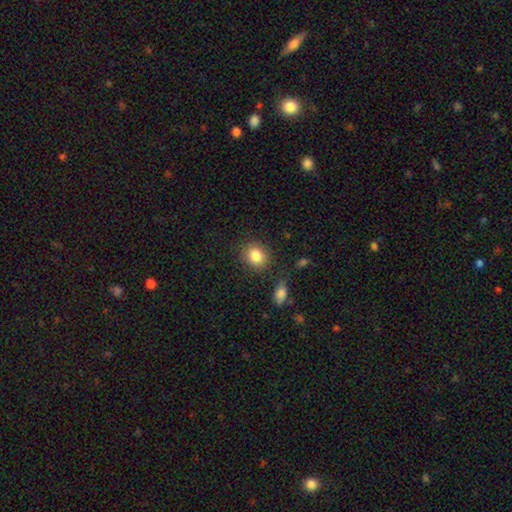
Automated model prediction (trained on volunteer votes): smooth 85%, star or artifact 9%, featured or disk 6%. Down the decision tree: how rounded — round (72%); merging — none (83%).